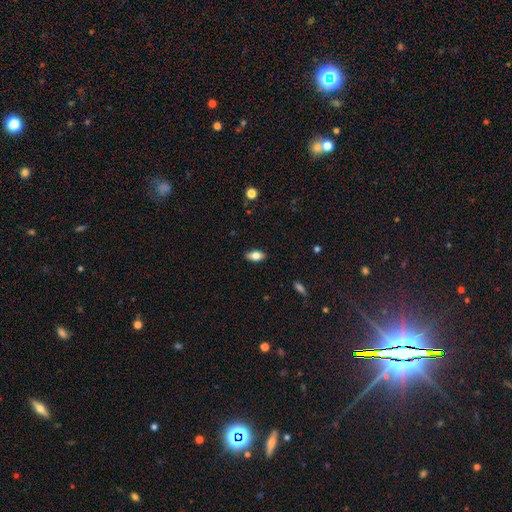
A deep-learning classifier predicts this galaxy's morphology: smooth-or-featured: smooth: 78% | featured or disk: 14% | star or artifact: 8%
  how-rounded: in between: 89% | cigar-shaped: 6% | round: 5%
  merging: none: 87% | minor disturbance: 10% | major disturbance: 2% | merger: 1%